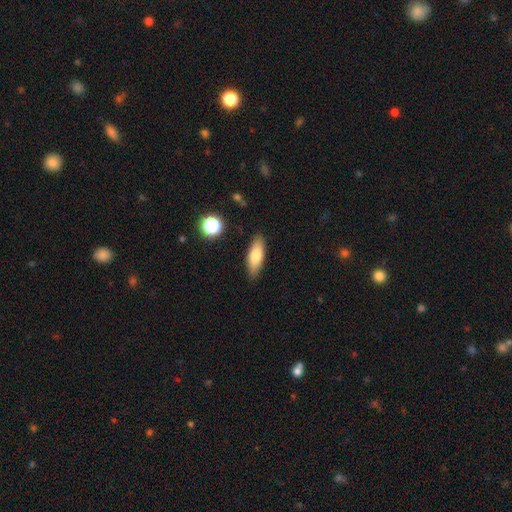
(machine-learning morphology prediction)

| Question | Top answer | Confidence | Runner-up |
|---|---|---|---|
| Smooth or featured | smooth | 77% | featured or disk (15%) |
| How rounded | in between | 66% | cigar-shaped (32%) |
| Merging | none | 86% | minor disturbance (10%) |